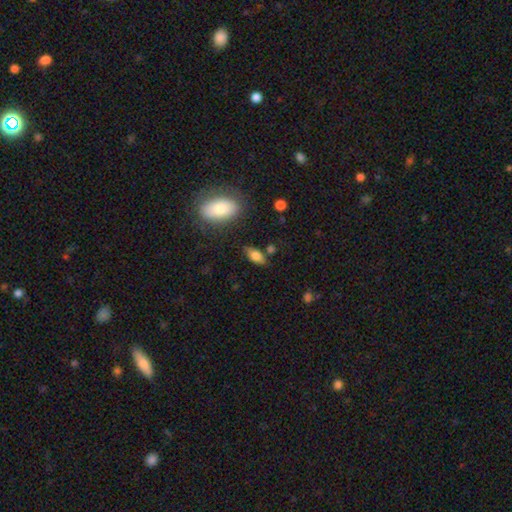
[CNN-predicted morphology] type=smooth (75%); roundness=in between (83%); merging=none (76%).